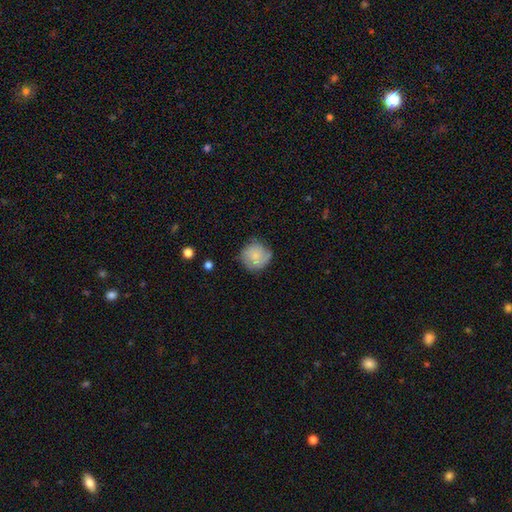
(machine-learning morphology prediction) The model was most divided on "smooth or featured": smooth: 60%, featured or disk: 33%, star or artifact: 7%. More confident: how rounded — round (89%); merging — none (67%).